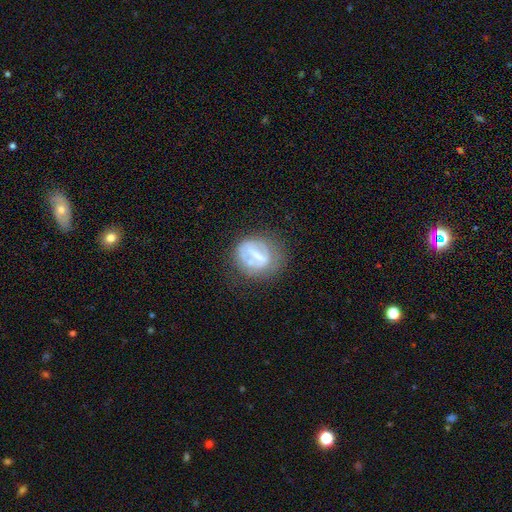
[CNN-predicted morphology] featured or disk 59%, smooth 32%, star or artifact 10%. Down the decision tree: edge-on disk — no (93%); bar — strong (64%); spiral arms — no (71%); bulge size — none (42%); merging — none (61%).